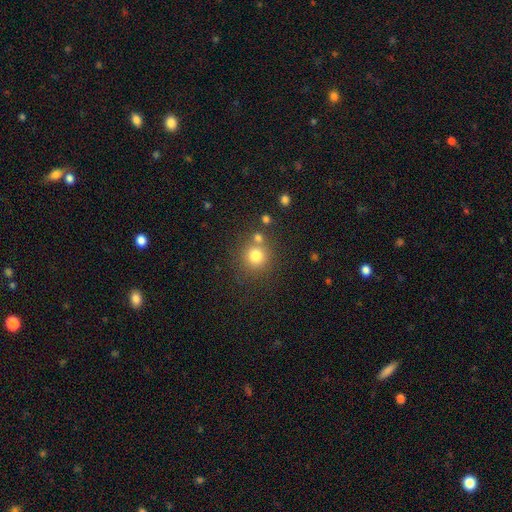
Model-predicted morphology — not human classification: Q: Smooth or featured?
A: smooth (78%); runner-up: star or artifact (14%)
Q: How rounded?
A: round (90%); runner-up: in between (9%)
Q: Merging?
A: none (69%); runner-up: merger (18%)